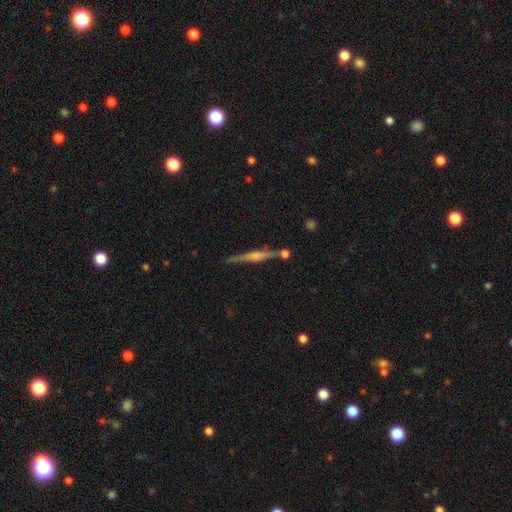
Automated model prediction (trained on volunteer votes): This is likely a featured or disk galaxy (74%). It is clearly viewed edge-on (96%). Edge-on bulge: likely rounded (74%). Merging: clearly none (82%).